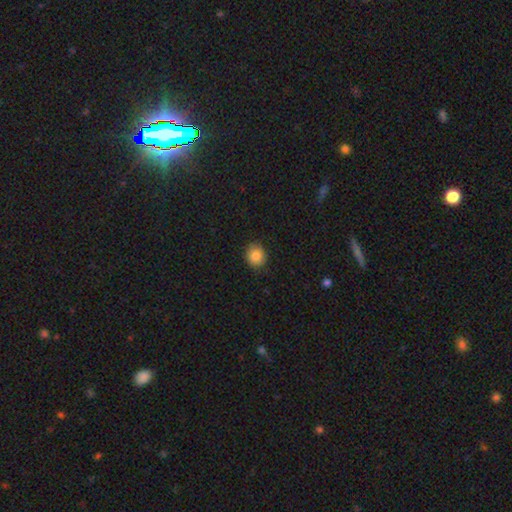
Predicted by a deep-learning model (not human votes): Smooth or featured?
  - smooth: 85% *
  - star or artifact: 9%
  - featured or disk: 6%
How rounded?
  - round: 73% *
  - in between: 26%
  - cigar-shaped: 1%
Merging?
  - none: 88% *
  - minor disturbance: 9%
  - major disturbance: 2%
  - merger: 1%